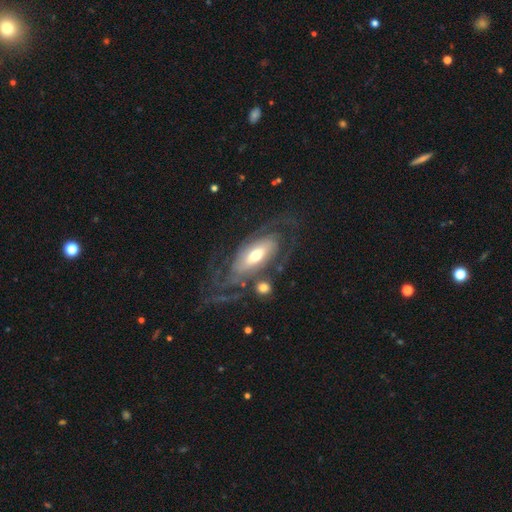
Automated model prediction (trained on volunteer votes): This is clearly a featured or disk galaxy (82%). It is clearly not viewed edge-on (90%). Bar: possibly no (46%). Spiral arm pattern: clearly yes (91%). Spiral arm count: possibly 2 (47%). Spiral winding: marginally medium (39%, tied with tight). Central bulge: likely moderate (64%). Merging: possibly none (60%).